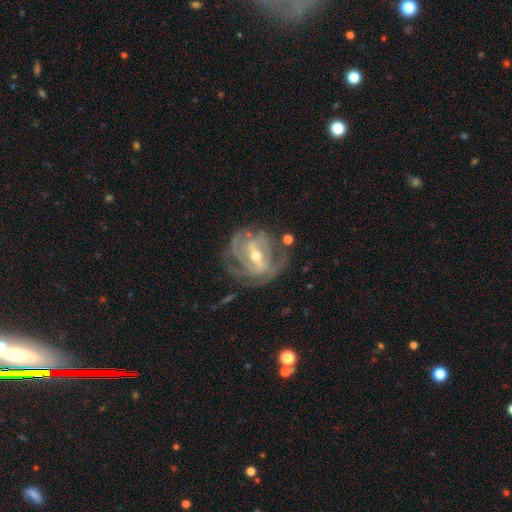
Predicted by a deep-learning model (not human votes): This appears to be a featured or disk galaxy (88%) with a strong bar (48%), 2 (28%, tied with 3) tight (52%) spiral arms (93%) and a moderate central bulge (53%). Merging: none (65%).